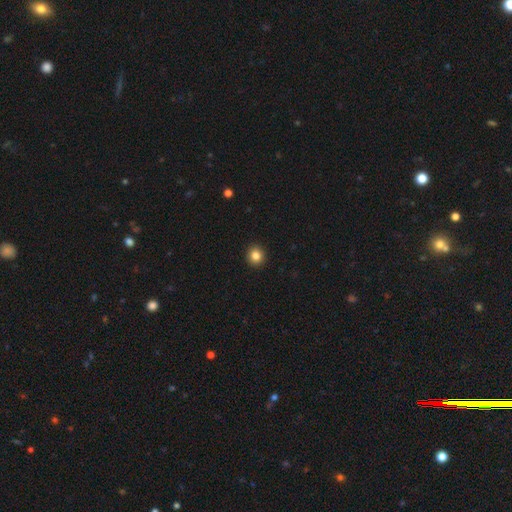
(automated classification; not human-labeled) A smooth galaxy with no disk features (84%) that is round (91%). Merging: none (93%).